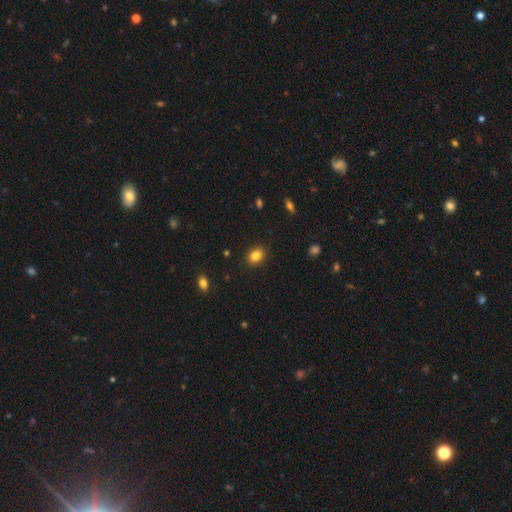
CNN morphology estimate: type=smooth (84%); roundness=in between (51%); merging=none (90%).